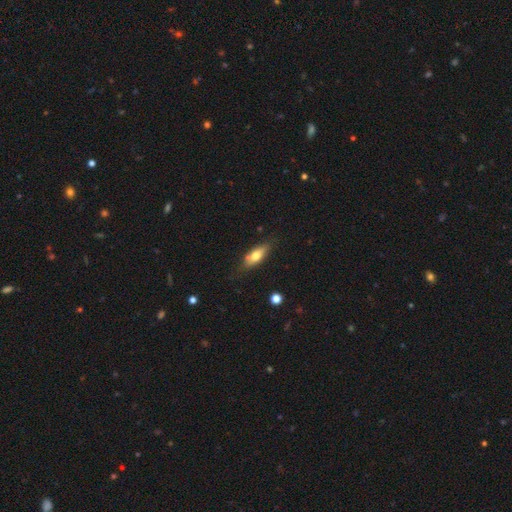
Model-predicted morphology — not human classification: Smooth or featured? smooth (64%)
How rounded? in between (66%)
Merging? none (73%)